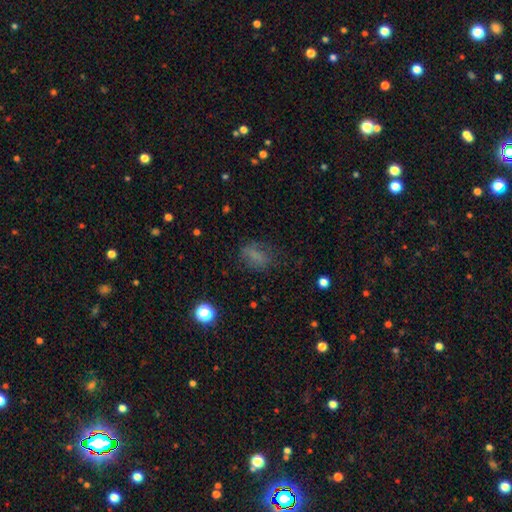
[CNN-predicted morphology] Smooth or featured: smooth — 68% (star or artifact — 18%)
How rounded: in between — 75% (round — 20%)
Merging: none — 61% (minor disturbance — 22%)